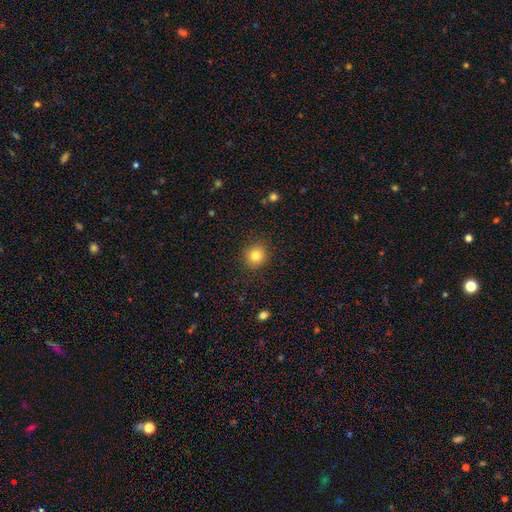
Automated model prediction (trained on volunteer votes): smooth-or-featured: smooth: 82% | star or artifact: 11% | featured or disk: 7%
  how-rounded: round: 89% | in between: 10% | cigar-shaped: 1%
  merging: none: 90% | minor disturbance: 7% | major disturbance: 2% | merger: 1%